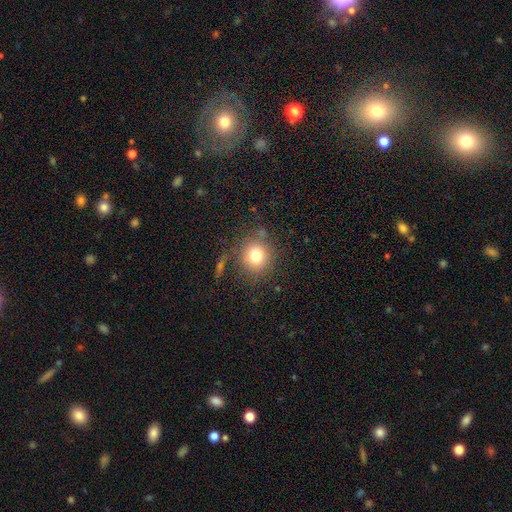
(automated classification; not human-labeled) smooth 78%, star or artifact 13%, featured or disk 10%. Down the decision tree: how rounded — round (86%); merging — none (79%).